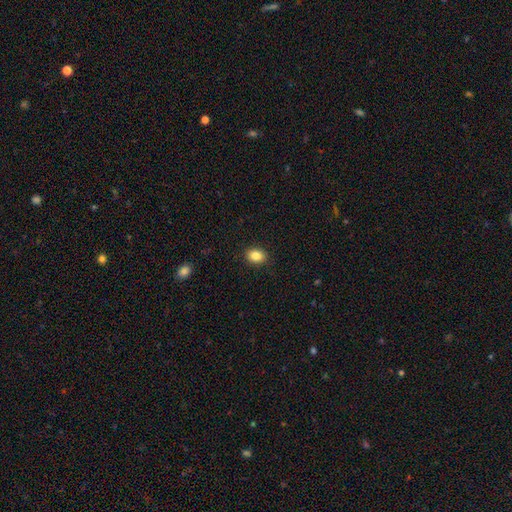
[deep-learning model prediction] A smooth galaxy with no disk features (86%) that is in between round and cigar-shaped (68%).

Vote fractions:
- Smooth or featured? smooth: 86% / star or artifact: 9% / featured or disk: 5%
- How rounded? in between: 68% / round: 31% / cigar-shaped: 1%
- Merging? none: 90% / minor disturbance: 7% / major disturbance: 2% / merger: 1%